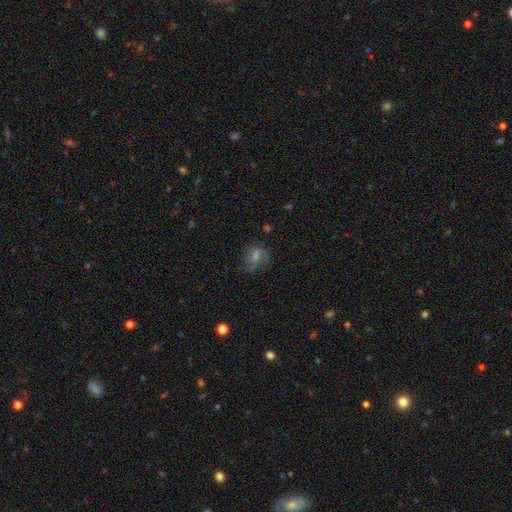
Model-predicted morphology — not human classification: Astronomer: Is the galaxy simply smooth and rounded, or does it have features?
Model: smooth — 41% (runner-up: featured or disk, 33%).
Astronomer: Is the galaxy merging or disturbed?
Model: none — 62%.